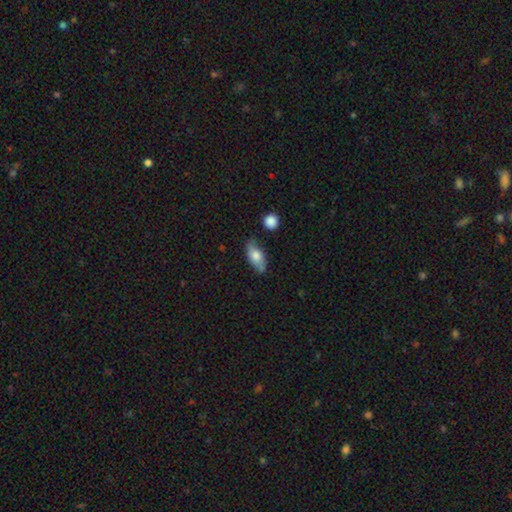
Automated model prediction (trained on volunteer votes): Smooth or featured: smooth — 68% (featured or disk — 26%)
How rounded: in between — 86% (cigar-shaped — 9%)
Merging: none — 69% (minor disturbance — 23%)